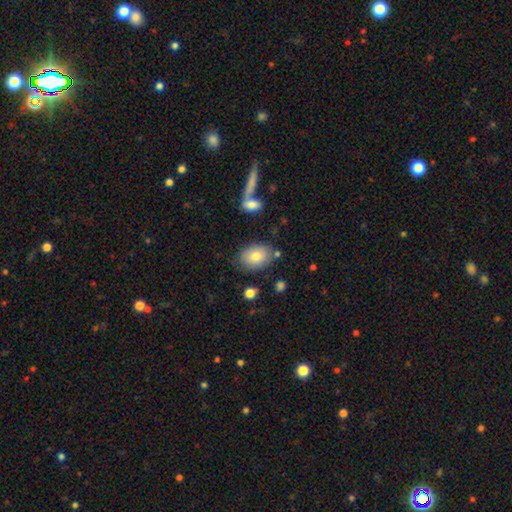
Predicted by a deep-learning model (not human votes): This appears to be a smooth galaxy with no disk features (77%) that is in between round and cigar-shaped (77%). Merging: none (75%).